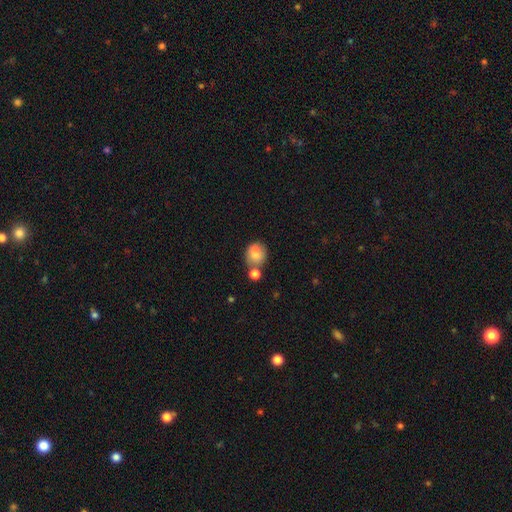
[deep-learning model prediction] The model was most divided on "merging": none: 45%, merger: 33%, minor disturbance: 15%, major disturbance: 6%. More confident: smooth or featured — smooth (75%); how rounded — round (70%).